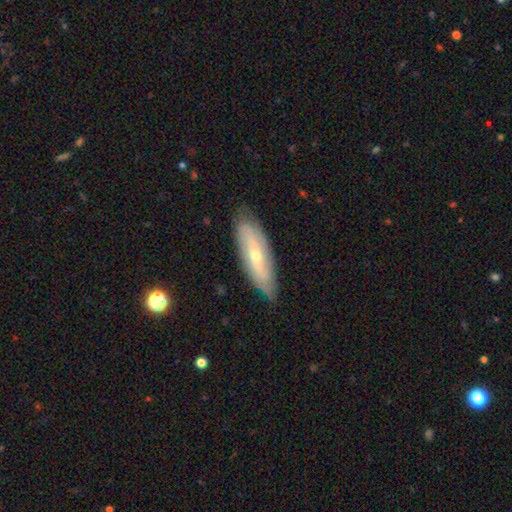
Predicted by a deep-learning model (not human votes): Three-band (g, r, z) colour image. It shows a featured or disk galaxy (64%). Merging: none (79%).